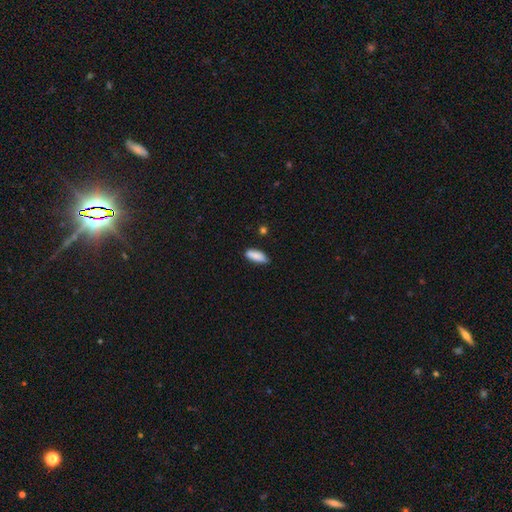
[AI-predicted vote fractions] smooth_or_featured: smooth (p=0.86) [alt: featured or disk p=0.07]
how_rounded: in between (p=0.68) [alt: cigar-shaped p=0.30]
merging: none (p=0.76) [alt: minor disturbance p=0.19]